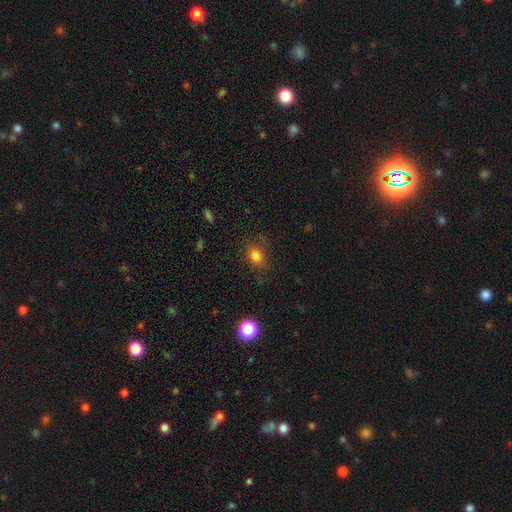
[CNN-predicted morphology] This appears to be a smooth galaxy with no disk features (81%) that is in between round and cigar-shaped (59%). Merging: none (78%).